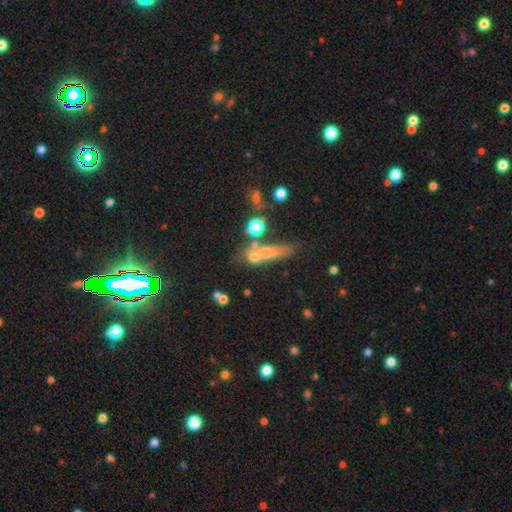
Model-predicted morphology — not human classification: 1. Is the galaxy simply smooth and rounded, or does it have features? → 50% smooth, 26% featured or disk, 24% star or artifact.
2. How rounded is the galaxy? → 50% cigar-shaped, 29% in between, 22% round.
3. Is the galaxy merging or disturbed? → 49% none, 27% merger, 14% minor disturbance, 10% major disturbance.